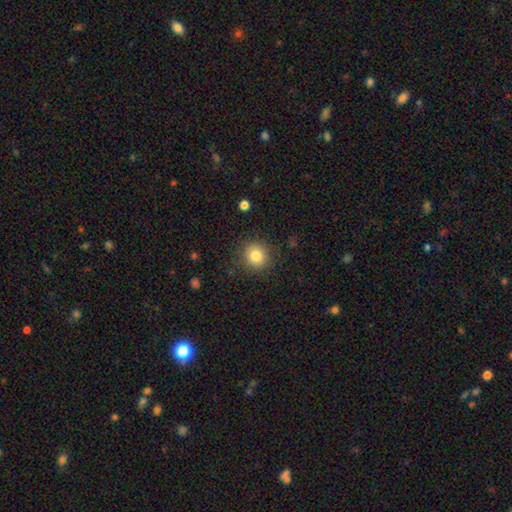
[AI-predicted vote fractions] A smooth galaxy with no disk features (82%) that is round (86%). Merging: none (87%).